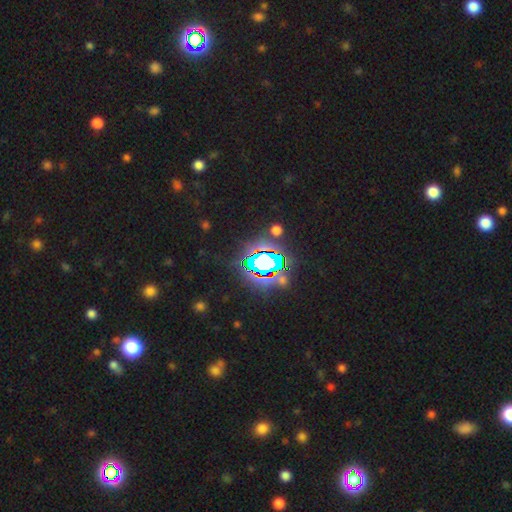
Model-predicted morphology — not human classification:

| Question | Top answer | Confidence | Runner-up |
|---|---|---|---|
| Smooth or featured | star or artifact | 76% | smooth (15%) |